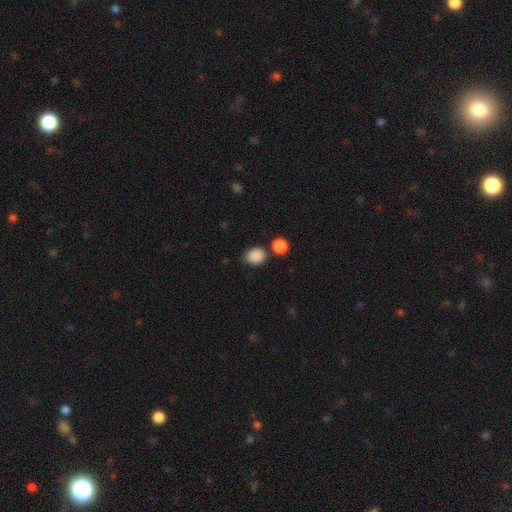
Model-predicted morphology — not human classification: Q: Smooth or featured?
A: smooth (88%); runner-up: star or artifact (9%)
Q: How rounded?
A: in between (51%); runner-up: round (48%)
Q: Merging?
A: none (68%); runner-up: minor disturbance (19%)